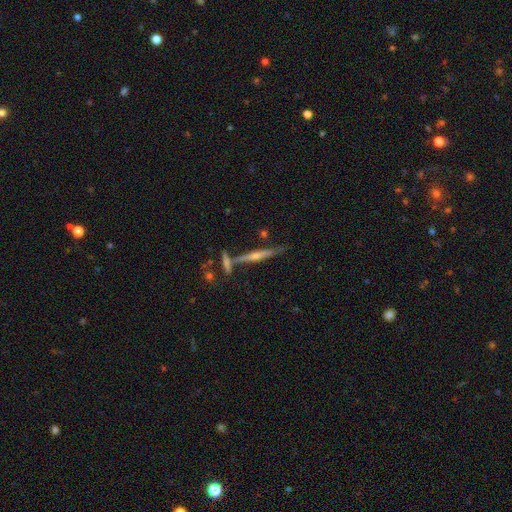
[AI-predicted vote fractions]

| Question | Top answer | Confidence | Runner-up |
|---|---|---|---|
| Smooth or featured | featured or disk | 66% | smooth (19%) |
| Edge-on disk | yes | 89% | no (11%) |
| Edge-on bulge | rounded | 74% | none (17%) |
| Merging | none | 63% | merger (17%) |